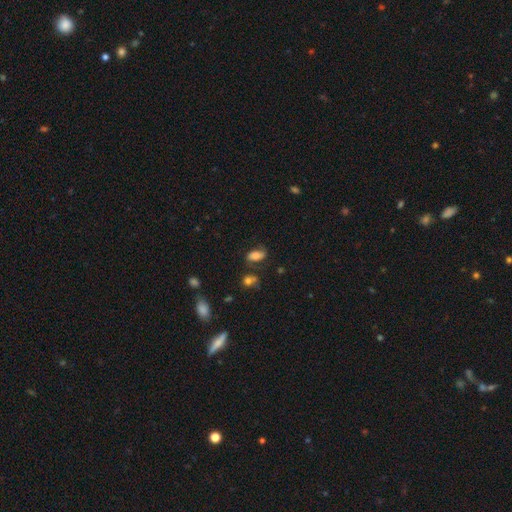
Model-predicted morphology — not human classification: smooth 69%, featured or disk 21%, star or artifact 10%. Down the decision tree: how rounded — in between (87%); merging — none (63%).